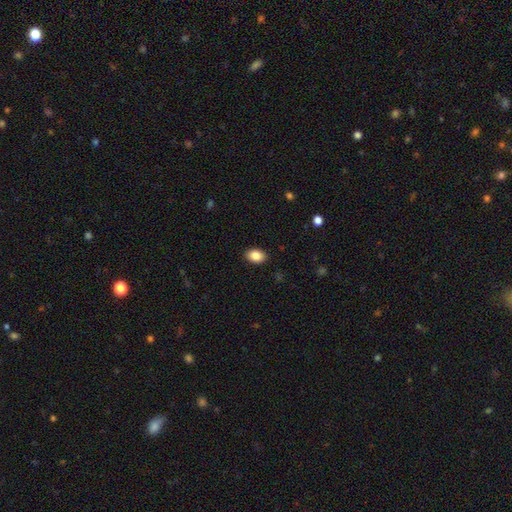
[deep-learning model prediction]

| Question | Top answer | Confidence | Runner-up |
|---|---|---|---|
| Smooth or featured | smooth | 86% | star or artifact (8%) |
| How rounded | in between | 84% | round (14%) |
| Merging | none | 89% | minor disturbance (8%) |